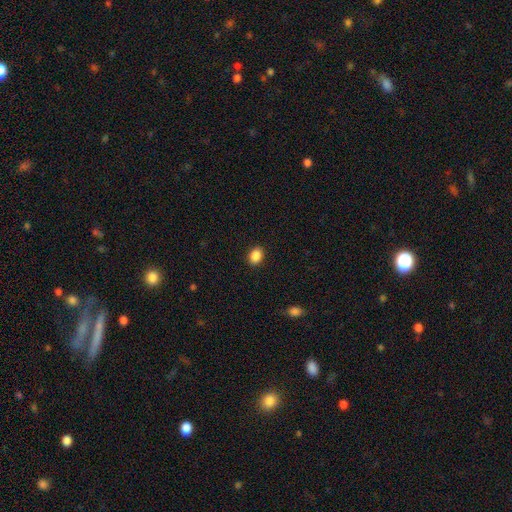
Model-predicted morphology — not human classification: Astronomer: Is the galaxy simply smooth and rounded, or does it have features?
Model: smooth — 88%.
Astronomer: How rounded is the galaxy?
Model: in between — 67%.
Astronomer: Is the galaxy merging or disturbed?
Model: none — 90%.